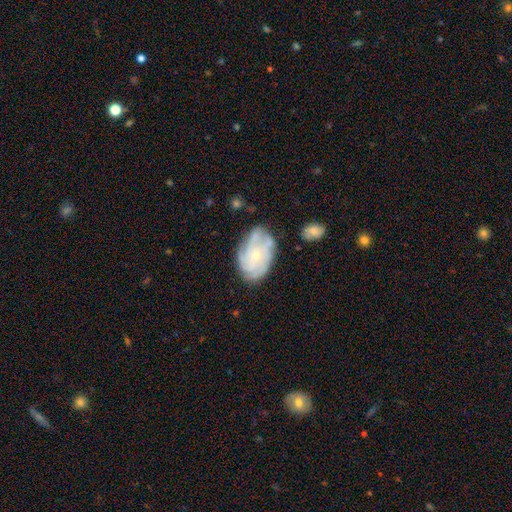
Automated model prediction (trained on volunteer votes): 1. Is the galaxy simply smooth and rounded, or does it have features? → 73% featured or disk, 20% smooth, 7% star or artifact.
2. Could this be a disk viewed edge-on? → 97% no, 3% yes.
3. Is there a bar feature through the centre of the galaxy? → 79% no, 18% weak, 3% strong.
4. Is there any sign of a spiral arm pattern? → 87% yes, 13% no.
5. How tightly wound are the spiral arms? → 58% tight, 31% medium, 11% loose.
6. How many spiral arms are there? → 39% can't tell, 24% 4, 15% 3, 9% more than 4, 8% 2, 5% 1.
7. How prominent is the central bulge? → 71% small, 25% moderate, 2% none, 1% large, 1% dominant.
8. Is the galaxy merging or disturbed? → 66% none, 23% minor disturbance, 7% major disturbance, 4% merger.